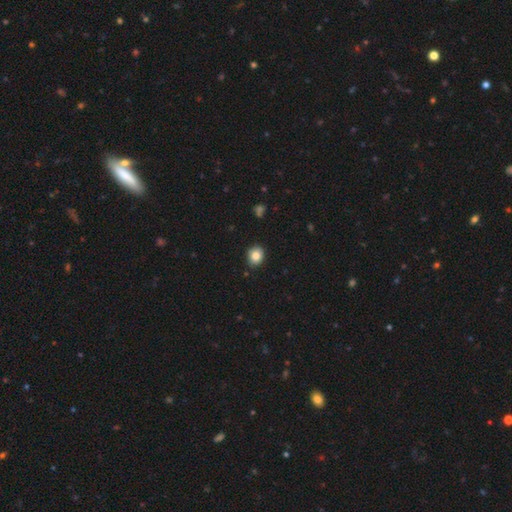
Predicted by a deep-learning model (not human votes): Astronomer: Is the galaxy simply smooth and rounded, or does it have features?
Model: smooth — 84%.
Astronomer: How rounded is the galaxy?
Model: round — 65%.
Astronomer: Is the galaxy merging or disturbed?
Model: none — 89%.